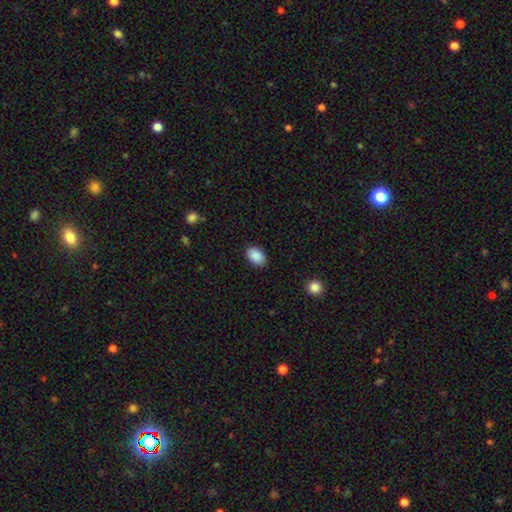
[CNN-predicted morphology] Smooth or featured?
  - smooth: 90% *
  - star or artifact: 7%
  - featured or disk: 3%
How rounded?
  - in between: 88% *
  - round: 10%
  - cigar-shaped: 1%
Merging?
  - none: 88% *
  - minor disturbance: 8%
  - major disturbance: 2%
  - merger: 1%